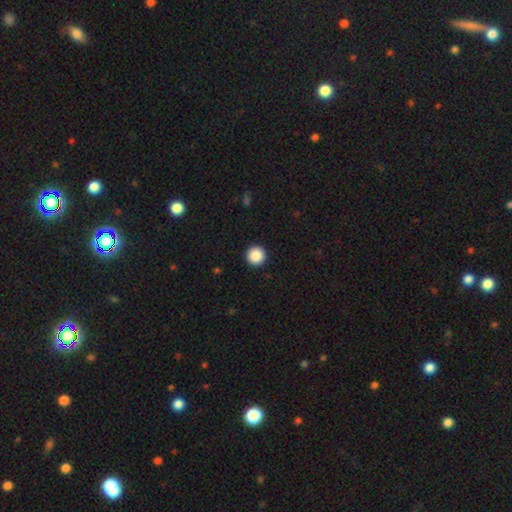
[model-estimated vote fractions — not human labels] smooth 88%, star or artifact 9%, featured or disk 3%. Down the decision tree: how rounded — round (97%); merging — none (94%).